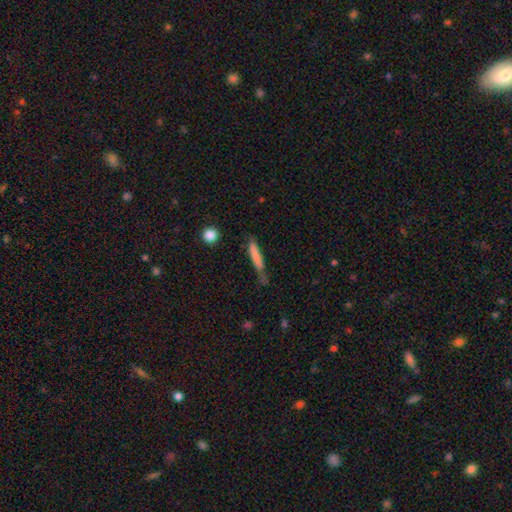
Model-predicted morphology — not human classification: smooth_or_featured: smooth (p=0.76) [alt: featured or disk p=0.17]
how_rounded: cigar-shaped (p=0.91) [alt: in between p=0.07]
merging: none (p=0.61) [alt: minor disturbance p=0.27]